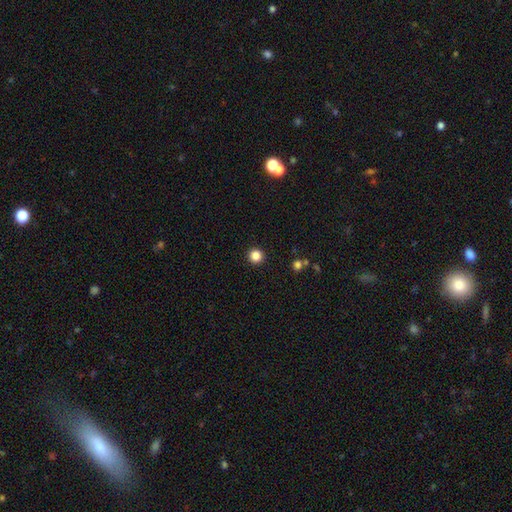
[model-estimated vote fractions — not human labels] Smooth or featured?
  - smooth: 85% *
  - star or artifact: 12%
  - featured or disk: 3%
How rounded?
  - round: 96% *
  - in between: 3%
  - cigar-shaped: 1%
Merging?
  - none: 93% *
  - minor disturbance: 4%
  - major disturbance: 2%
  - merger: 1%